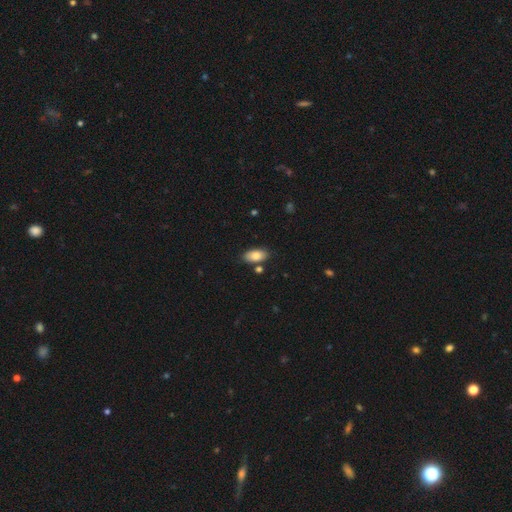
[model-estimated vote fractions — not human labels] Smooth or featured?
  - smooth: 82% *
  - featured or disk: 11%
  - star or artifact: 7%
How rounded?
  - in between: 93% *
  - cigar-shaped: 3%
  - round: 3%
Merging?
  - none: 80% *
  - minor disturbance: 11%
  - merger: 6%
  - major disturbance: 2%